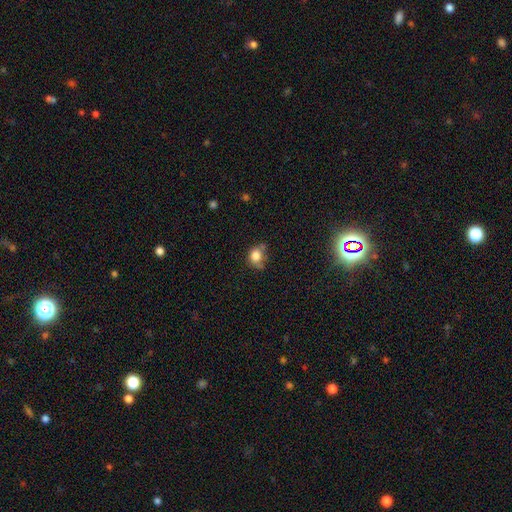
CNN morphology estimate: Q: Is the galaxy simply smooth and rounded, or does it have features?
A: smooth — 79%.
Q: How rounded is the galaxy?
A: round — 67%.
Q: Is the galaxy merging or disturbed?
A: none — 47%.